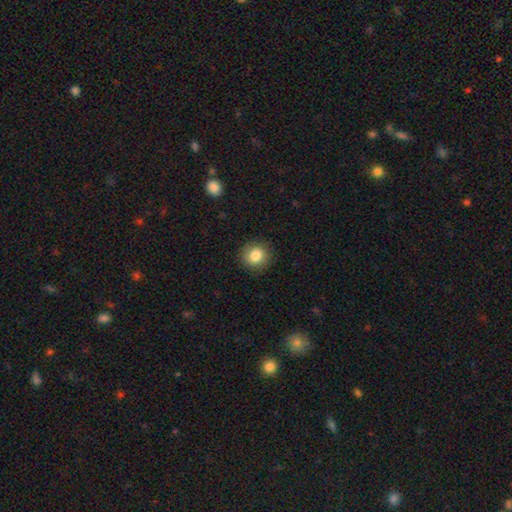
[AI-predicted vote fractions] The model was most divided on "smooth or featured": smooth: 84%, star or artifact: 9%, featured or disk: 7%. More confident: merging — none (89%); how rounded — round (87%).